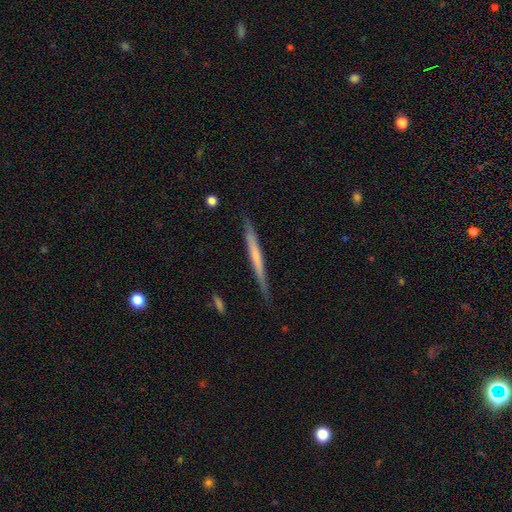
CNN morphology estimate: Smooth or featured? Predicted: featured or disk (p=0.50). Edge-on disk? Predicted: yes (p=0.97). Merging? Predicted: none (p=0.85).